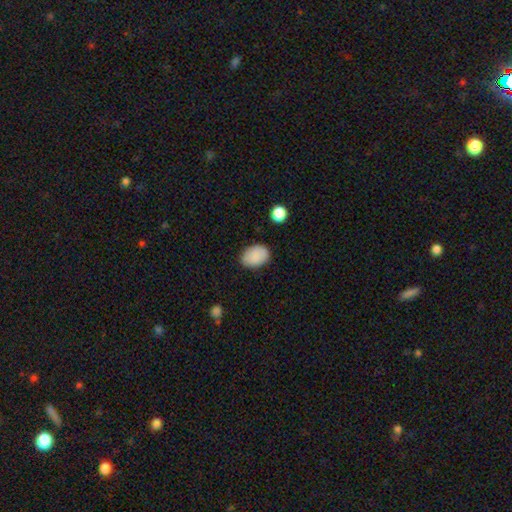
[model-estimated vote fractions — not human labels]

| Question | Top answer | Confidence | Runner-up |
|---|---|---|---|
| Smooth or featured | smooth | 87% | star or artifact (7%) |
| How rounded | in between | 79% | round (20%) |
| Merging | none | 83% | minor disturbance (13%) |